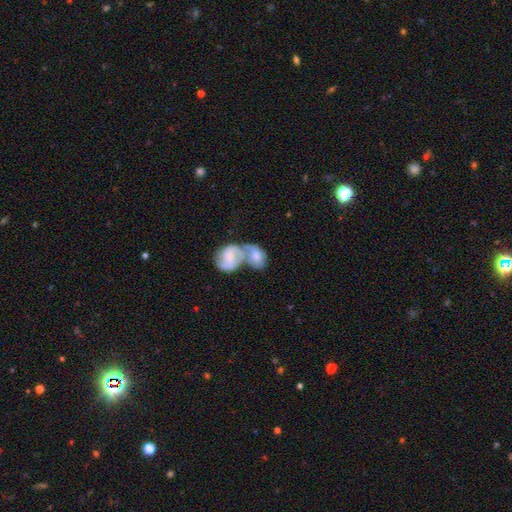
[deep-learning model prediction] Smooth or featured? Predicted: smooth (p=0.49). Merging? Predicted: merger (p=0.75).